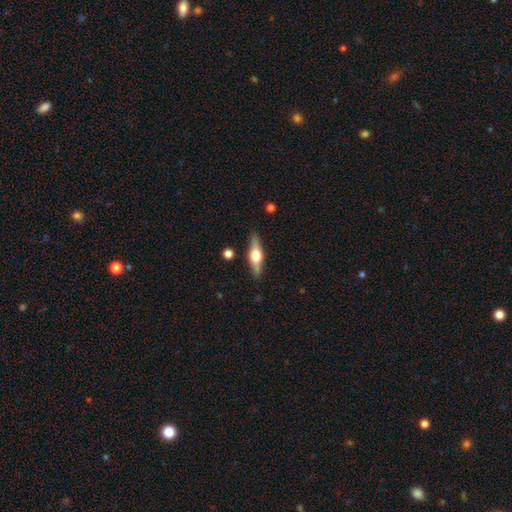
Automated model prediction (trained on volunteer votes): Smooth or featured: featured or disk — 61% (smooth — 34%)
Edge-on disk: yes — 95% (no — 5%)
Edge-on bulge: rounded — 95% (boxy — 4%)
Merging: none — 87% (minor disturbance — 9%)